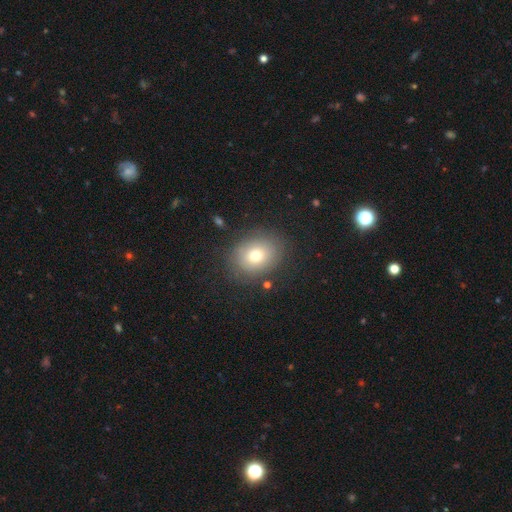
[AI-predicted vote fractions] Overall: smooth (72%). How rounded: in between (52%; round 47%). Merging: none (82%).